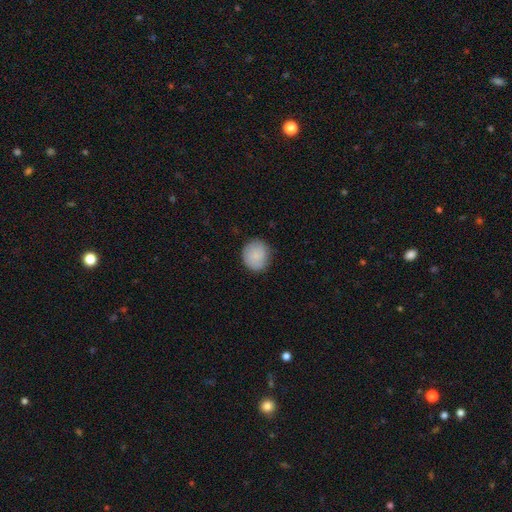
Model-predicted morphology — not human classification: A smooth galaxy with no disk features (83%) that is round (85%). Merging: none (81%).